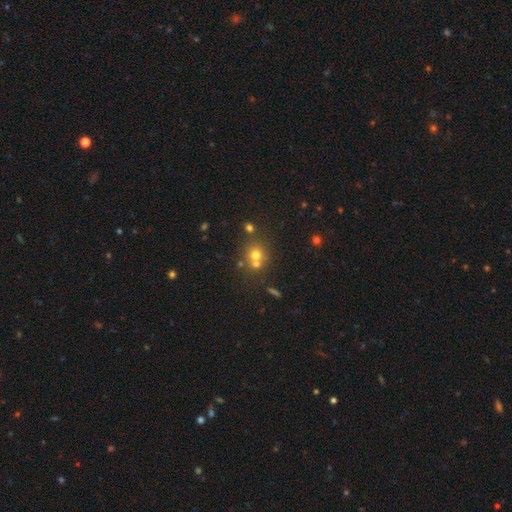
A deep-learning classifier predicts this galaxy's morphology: Smooth or featured? smooth (64%)
How rounded? round (84%)
Merging? none (54%)